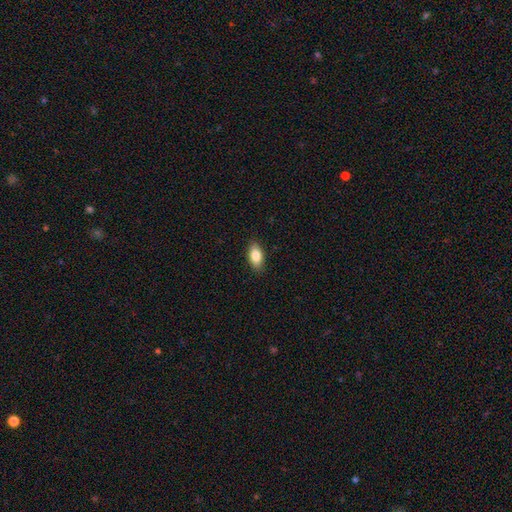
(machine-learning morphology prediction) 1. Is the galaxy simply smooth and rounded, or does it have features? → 84% smooth, 9% featured or disk, 7% star or artifact.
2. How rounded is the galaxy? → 91% in between, 5% cigar-shaped, 4% round.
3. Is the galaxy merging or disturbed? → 88% none, 9% minor disturbance, 2% major disturbance, 1% merger.